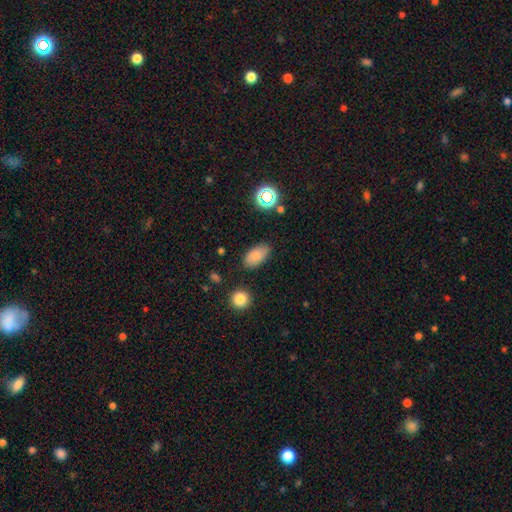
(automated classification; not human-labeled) This appears to be a smooth galaxy with no disk features (78%) that is in between round and cigar-shaped (92%). Merging: none (81%).